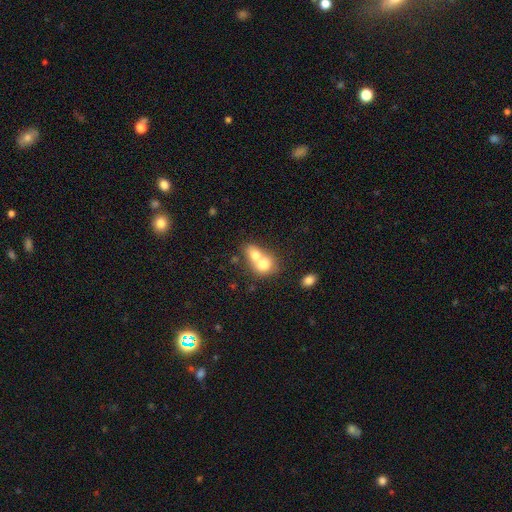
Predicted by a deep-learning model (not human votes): smooth 70%, featured or disk 22%, star or artifact 8%. Down the decision tree: how rounded — round (52%); merging — merger (75%).